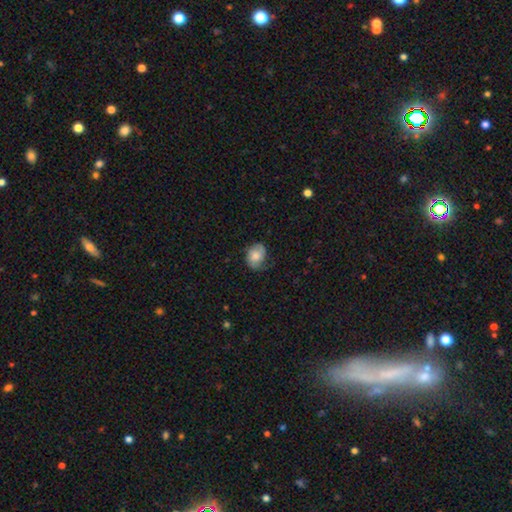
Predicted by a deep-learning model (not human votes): Overall: smooth (62%; featured or disk 30%). How rounded: in between (52%; round 47%). Merging: none (59%; minor disturbance 29%).